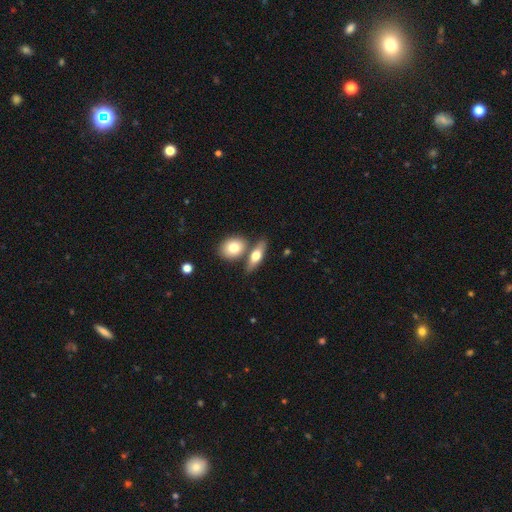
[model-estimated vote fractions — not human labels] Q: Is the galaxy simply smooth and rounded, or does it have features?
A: smooth — 64%.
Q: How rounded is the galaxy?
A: in between — 65%.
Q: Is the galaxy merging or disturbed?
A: none — 59%.